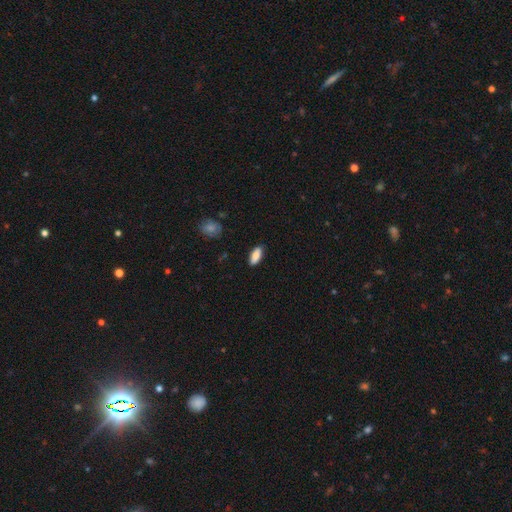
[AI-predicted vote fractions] Morphology: type=smooth (85%); roundness=in between (78%); merging=none (86%).